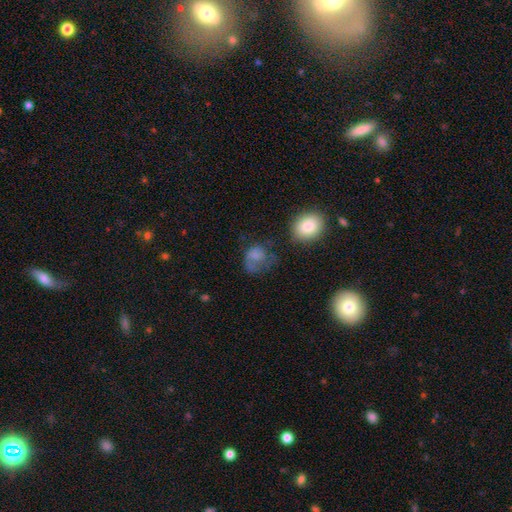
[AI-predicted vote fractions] A smooth galaxy with no disk features (69%) that is round (55%). Merging: major disturbance (36%).